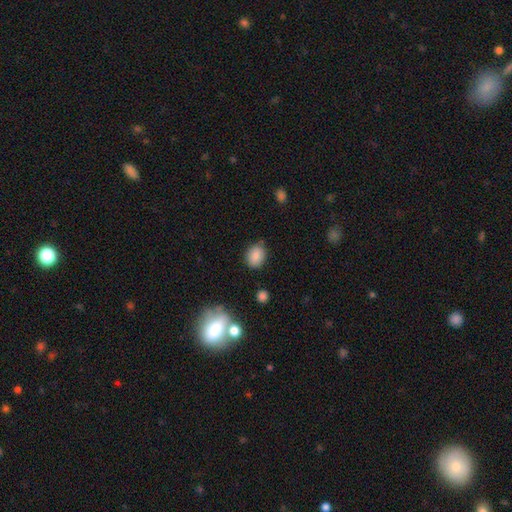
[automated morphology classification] smooth 83%, star or artifact 10%, featured or disk 7%. Down the decision tree: how rounded — round (52%); merging — none (78%).